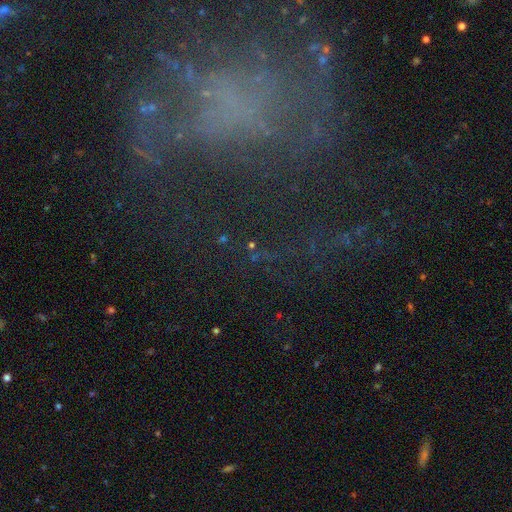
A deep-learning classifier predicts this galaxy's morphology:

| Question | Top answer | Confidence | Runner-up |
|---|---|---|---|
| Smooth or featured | featured or disk | 48% | star or artifact (33%) |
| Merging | none | 52% | major disturbance (29%) |